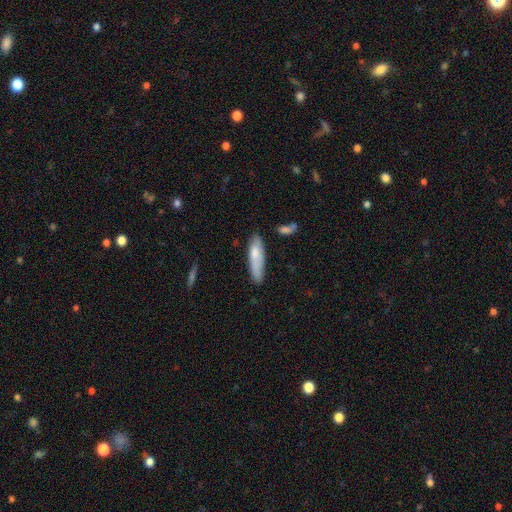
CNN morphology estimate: Smooth or featured?
  - smooth: 73% *
  - featured or disk: 21%
  - star or artifact: 6%
How rounded?
  - cigar-shaped: 63% *
  - in between: 35%
  - round: 2%
Merging?
  - none: 65% *
  - minor disturbance: 25%
  - major disturbance: 5%
  - merger: 5%